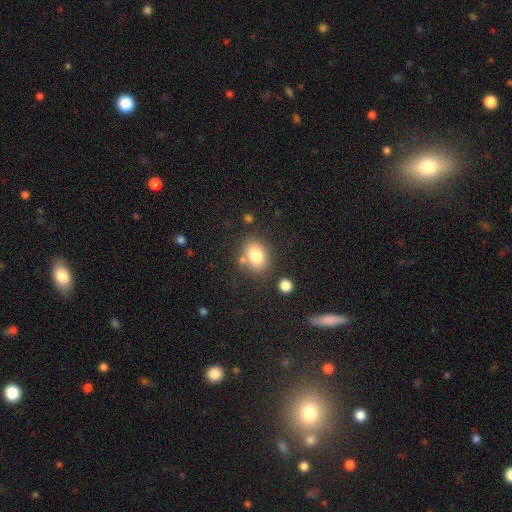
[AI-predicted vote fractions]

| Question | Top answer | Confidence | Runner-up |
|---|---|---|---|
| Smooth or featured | smooth | 81% | featured or disk (10%) |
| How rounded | in between | 66% | round (33%) |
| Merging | none | 74% | minor disturbance (14%) |